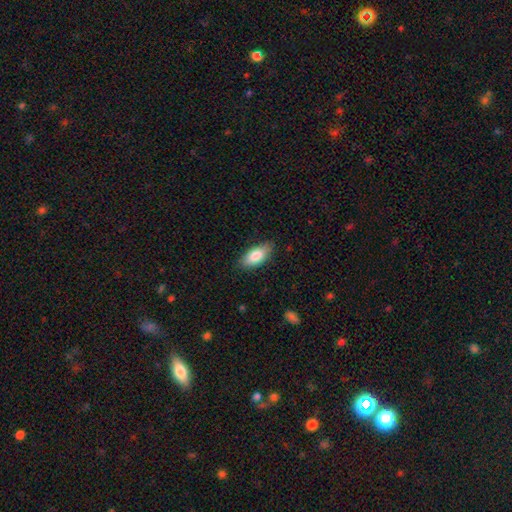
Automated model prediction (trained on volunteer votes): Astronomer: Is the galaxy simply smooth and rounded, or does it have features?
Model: smooth — 84%.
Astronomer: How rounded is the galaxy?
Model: in between — 86%.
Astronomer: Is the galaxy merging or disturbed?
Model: none — 83%.